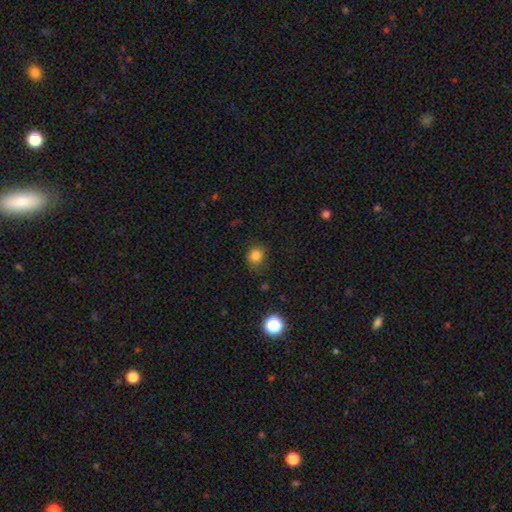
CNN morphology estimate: Smooth or featured? Predicted: smooth (p=0.82). How rounded? Predicted: round (p=0.82). Merging? Predicted: none (p=0.80).